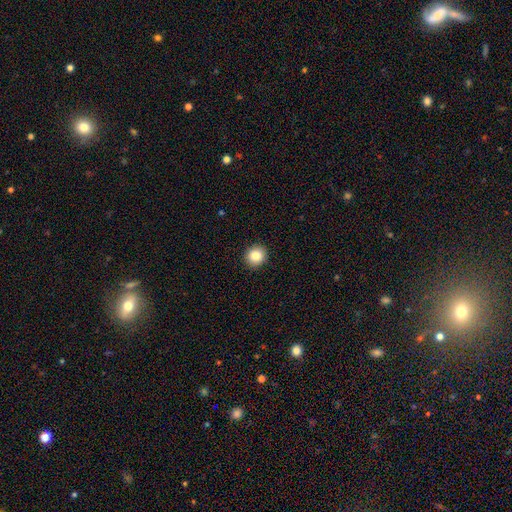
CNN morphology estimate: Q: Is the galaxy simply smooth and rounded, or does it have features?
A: smooth — 85%.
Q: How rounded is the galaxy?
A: round — 86%.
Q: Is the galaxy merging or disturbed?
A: none — 92%.